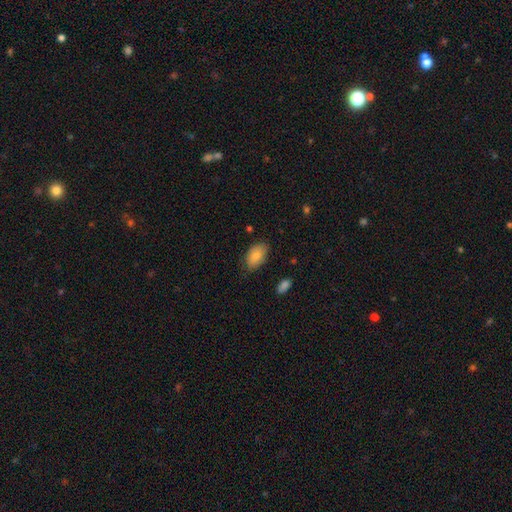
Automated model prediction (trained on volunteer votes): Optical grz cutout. It shows a smooth galaxy with no disk features (84%) that is in between round and cigar-shaped (92%). Merging: none (75%).